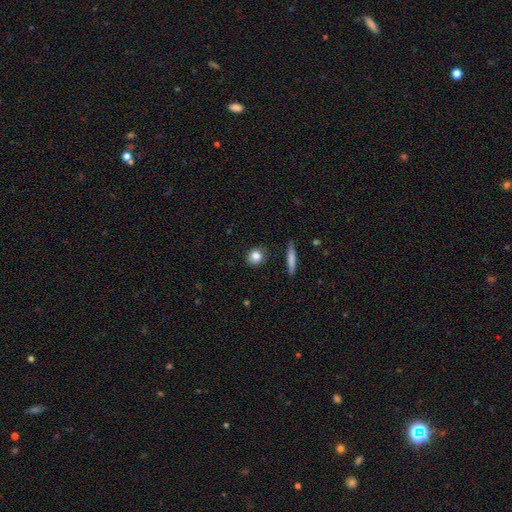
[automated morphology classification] This appears to be a smooth galaxy with no disk features (82%) that is round (77%). Merging: none (87%).